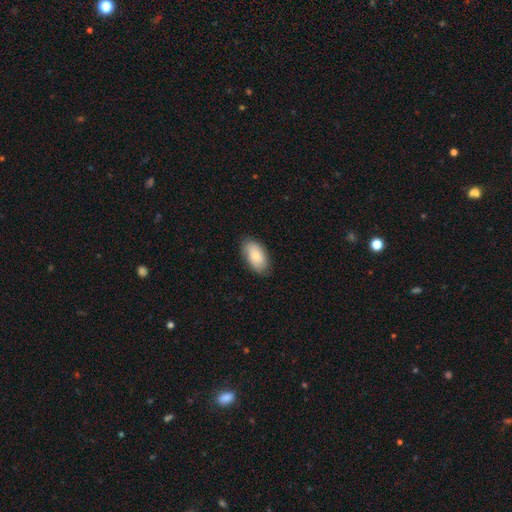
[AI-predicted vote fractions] Smooth or featured?
  - smooth: 77% *
  - featured or disk: 16%
  - star or artifact: 6%
How rounded?
  - in between: 94% *
  - round: 4%
  - cigar-shaped: 2%
Merging?
  - none: 82% *
  - minor disturbance: 15%
  - major disturbance: 3%
  - merger: 1%